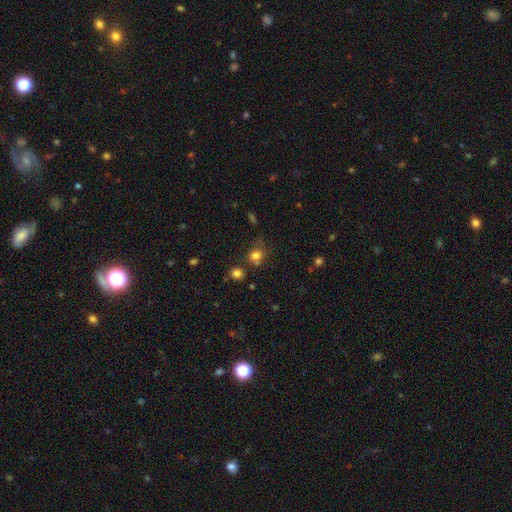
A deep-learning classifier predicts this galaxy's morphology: This appears to be a smooth galaxy with no disk features (77%) that is round (74%). Merging: none (59%).